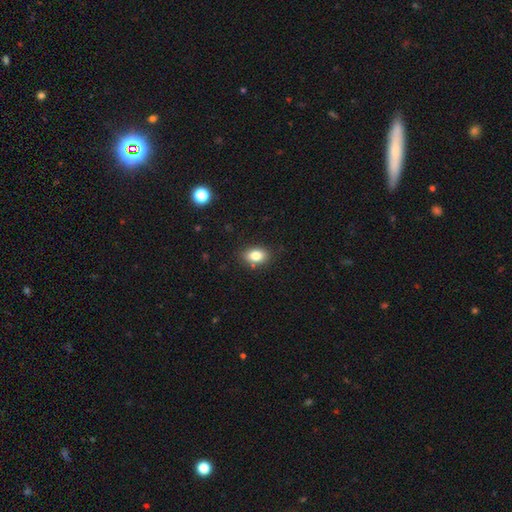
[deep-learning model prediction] smooth-or-featured: smooth: 83% | star or artifact: 9% | featured or disk: 8%
  how-rounded: in between: 79% | round: 20% | cigar-shaped: 1%
  merging: none: 83% | minor disturbance: 11% | merger: 3% | major disturbance: 3%